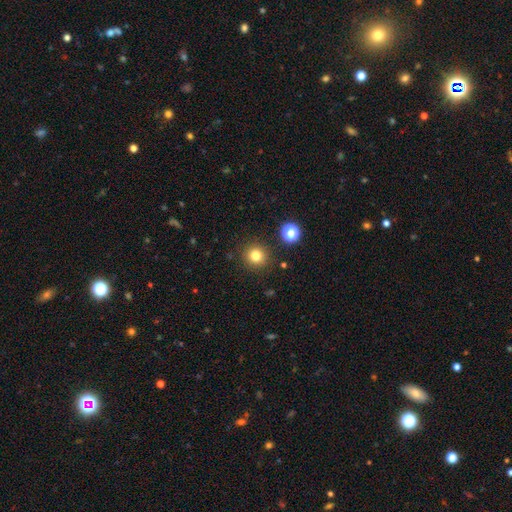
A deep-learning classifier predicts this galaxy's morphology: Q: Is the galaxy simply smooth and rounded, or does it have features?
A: smooth — 80%.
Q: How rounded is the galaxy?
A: round — 94%.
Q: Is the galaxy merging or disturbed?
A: none — 90%.